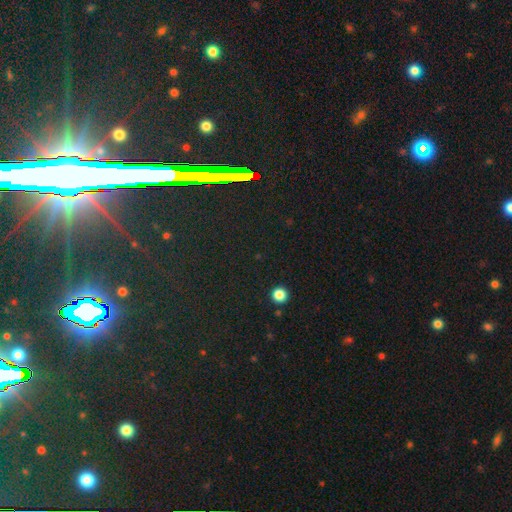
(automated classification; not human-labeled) star or artifact 78%, featured or disk 12%, smooth 10%.